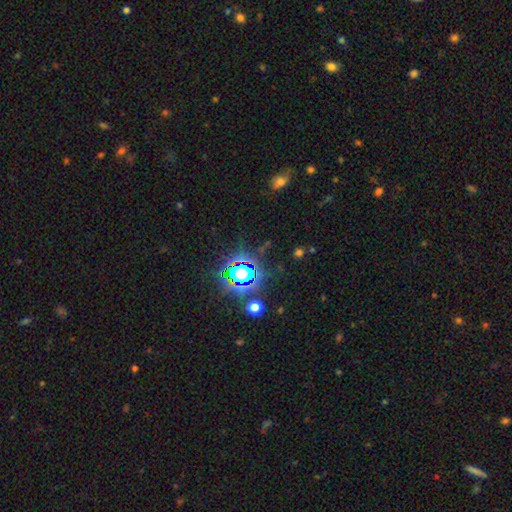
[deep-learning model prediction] Overall: star or artifact (81%).